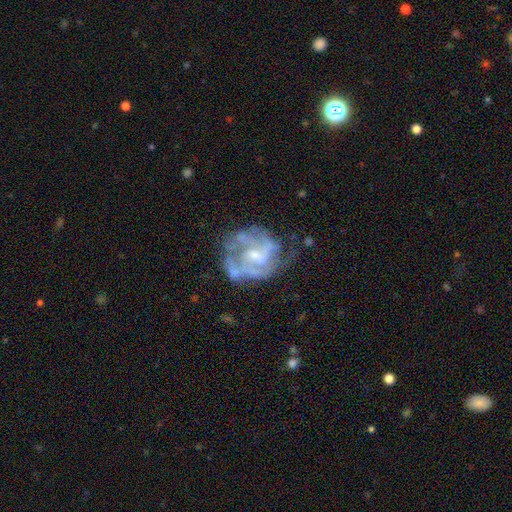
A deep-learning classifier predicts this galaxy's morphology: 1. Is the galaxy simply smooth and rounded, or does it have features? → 83% featured or disk, 10% smooth, 7% star or artifact.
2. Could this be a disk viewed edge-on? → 98% no, 2% yes.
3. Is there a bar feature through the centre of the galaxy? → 47% weak, 41% no, 12% strong.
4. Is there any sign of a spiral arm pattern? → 83% yes, 17% no.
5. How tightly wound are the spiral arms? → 43% tight (tied), 43% medium (tied), 14% loose.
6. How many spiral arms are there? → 31% can't tell, 30% 2, 24% 3, 7% 4, 5% 1, 4% more than 4.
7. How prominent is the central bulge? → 49% small, 37% moderate, 11% none, 3% large, 1% dominant.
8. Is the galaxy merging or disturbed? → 54% none, 23% minor disturbance, 19% major disturbance, 4% merger.